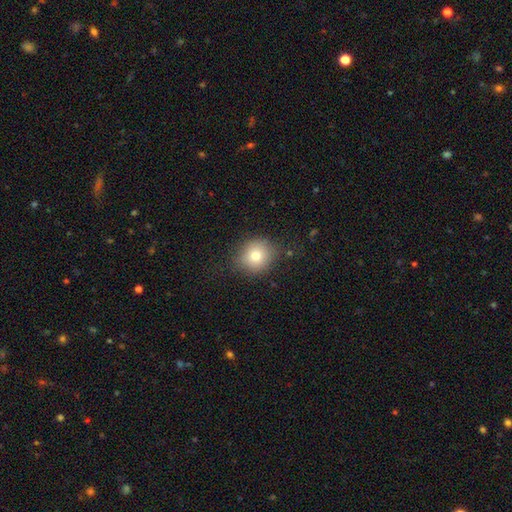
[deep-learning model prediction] A smooth galaxy with no disk features (77%) that is round (83%). Merging: none (81%).